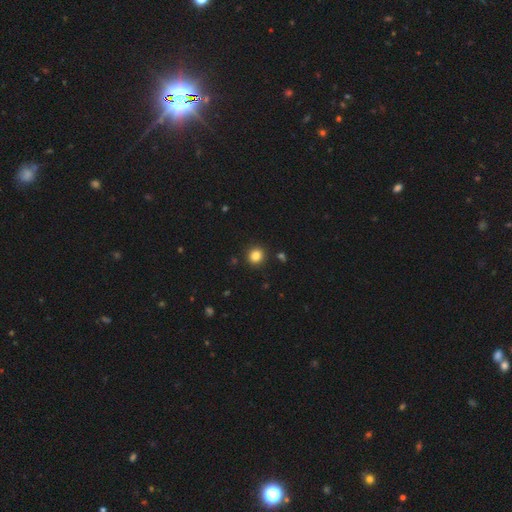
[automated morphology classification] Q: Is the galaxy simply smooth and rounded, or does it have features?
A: smooth — 84%.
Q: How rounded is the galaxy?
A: round — 90%.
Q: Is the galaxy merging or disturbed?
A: none — 91%.